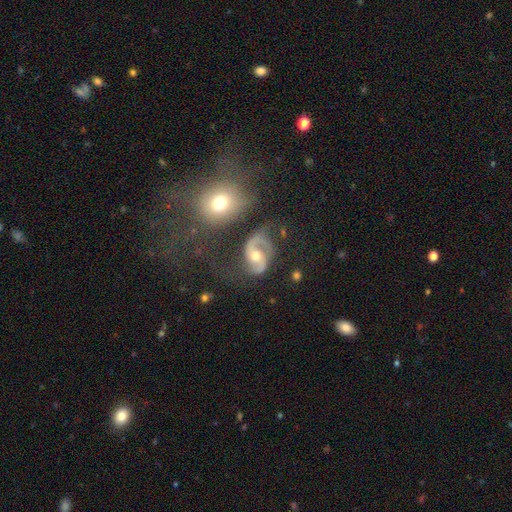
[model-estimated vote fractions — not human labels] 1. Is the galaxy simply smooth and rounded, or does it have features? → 85% featured or disk, 8% smooth, 6% star or artifact.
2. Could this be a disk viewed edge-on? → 98% no, 2% yes.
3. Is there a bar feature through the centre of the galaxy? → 53% no, 35% weak, 12% strong.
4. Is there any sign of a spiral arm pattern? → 94% yes, 6% no.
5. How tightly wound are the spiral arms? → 50% medium, 33% loose, 17% tight.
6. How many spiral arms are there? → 89% 2, 5% 1, 3% can't tell, 1% 3, 1% 4, 1% more than 4.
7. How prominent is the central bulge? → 73% moderate, 19% small, 6% large, 1% none, 1% dominant.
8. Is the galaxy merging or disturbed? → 53% none, 21% minor disturbance, 20% major disturbance, 6% merger.